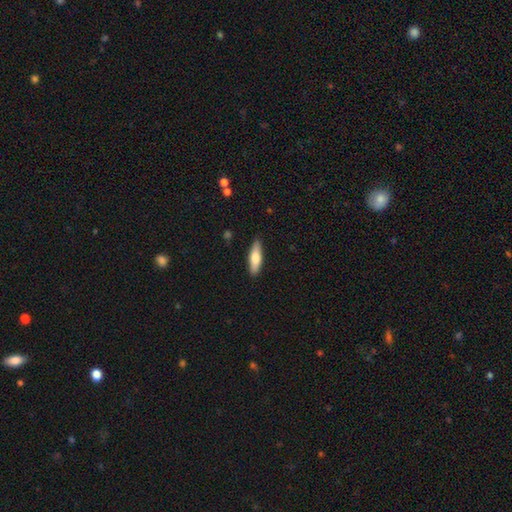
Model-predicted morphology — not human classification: Smooth or featured? Predicted: smooth (p=0.69). How rounded? Predicted: cigar-shaped (p=0.55). Merging? Predicted: none (p=0.88).